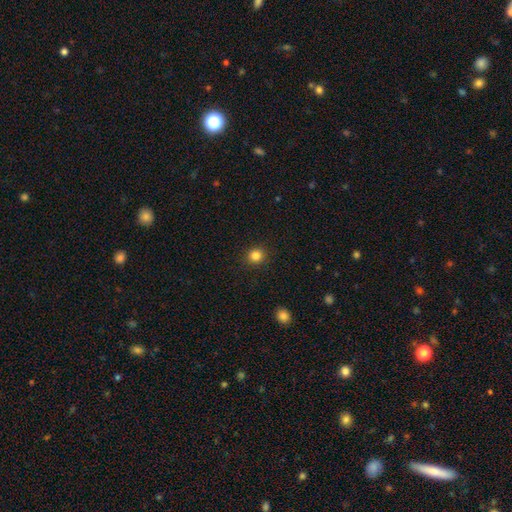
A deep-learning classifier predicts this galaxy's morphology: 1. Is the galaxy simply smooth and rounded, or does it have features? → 84% smooth, 12% star or artifact, 4% featured or disk.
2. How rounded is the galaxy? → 89% round, 10% in between, 1% cigar-shaped.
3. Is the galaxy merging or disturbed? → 91% none, 6% minor disturbance, 2% major disturbance, 1% merger.